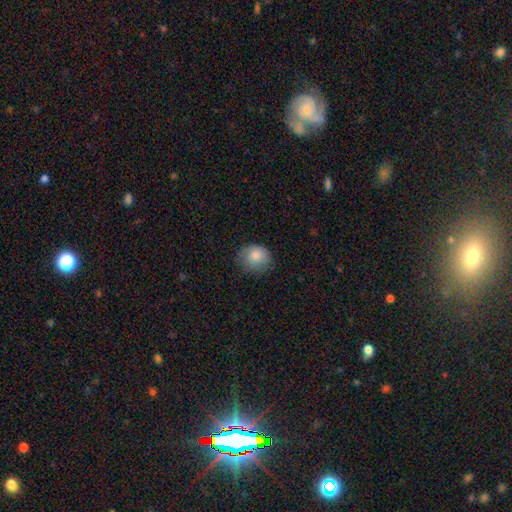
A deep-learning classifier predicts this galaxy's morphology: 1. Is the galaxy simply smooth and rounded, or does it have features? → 83% smooth, 9% featured or disk, 8% star or artifact.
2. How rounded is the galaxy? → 76% round, 23% in between, 1% cigar-shaped.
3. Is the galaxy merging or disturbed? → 71% none, 22% minor disturbance, 6% major disturbance, 1% merger.